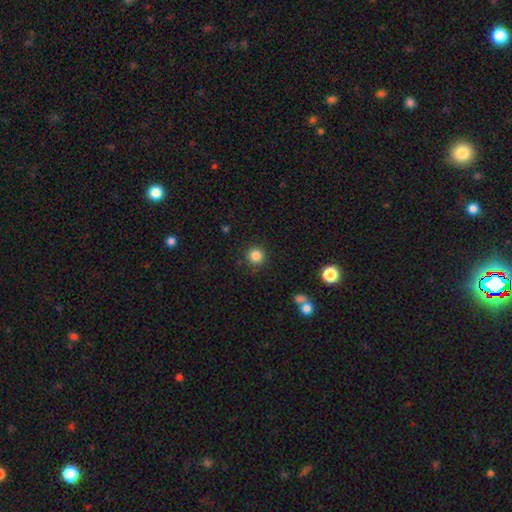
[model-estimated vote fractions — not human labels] Q: Smooth or featured?
A: smooth (85%); runner-up: star or artifact (11%)
Q: How rounded?
A: round (95%); runner-up: in between (4%)
Q: Merging?
A: none (89%); runner-up: minor disturbance (7%)